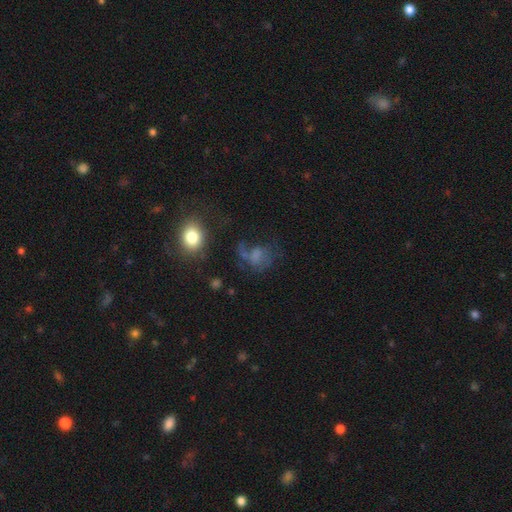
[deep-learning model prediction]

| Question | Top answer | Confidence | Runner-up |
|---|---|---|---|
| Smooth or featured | smooth | 47% | featured or disk (32%) |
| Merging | major disturbance | 36% | none (34%) |